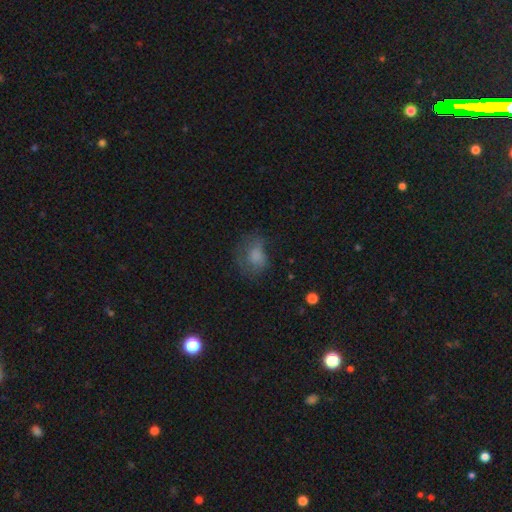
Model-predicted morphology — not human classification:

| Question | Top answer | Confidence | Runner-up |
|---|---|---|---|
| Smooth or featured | smooth | 66% | featured or disk (22%) |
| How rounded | in between | 53% | round (46%) |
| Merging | none | 44% | major disturbance (28%) |